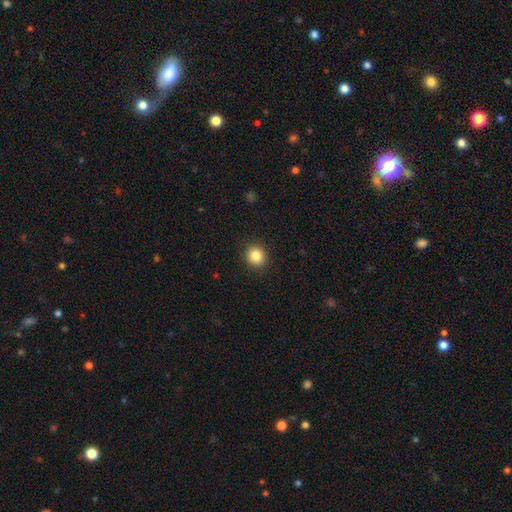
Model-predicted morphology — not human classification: type=smooth (85%); roundness=round (87%); merging=none (91%).